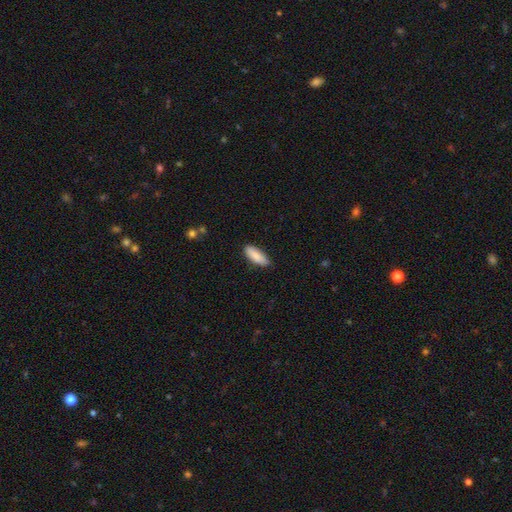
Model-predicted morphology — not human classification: smooth_or_featured: smooth (p=0.88) [alt: featured or disk p=0.06]
how_rounded: in between (p=0.68) [alt: cigar-shaped p=0.31]
merging: none (p=0.84) [alt: minor disturbance p=0.13]